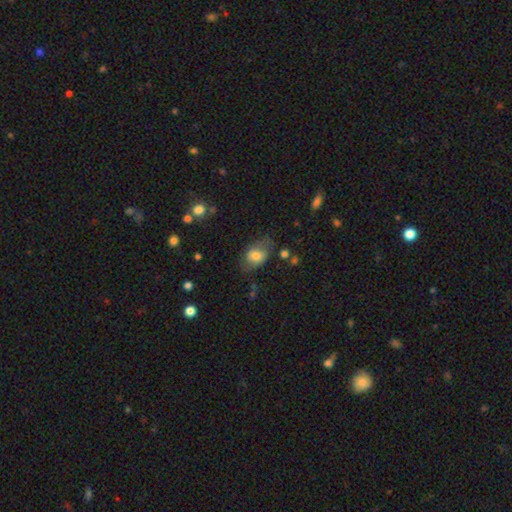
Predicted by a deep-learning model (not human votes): A smooth galaxy with no disk features (65%) that is in between round and cigar-shaped (77%).

Vote fractions:
- Smooth or featured? smooth: 65% / featured or disk: 27% / star or artifact: 9%
- How rounded? in between: 77% / round: 21% / cigar-shaped: 2%
- Merging? none: 60% / minor disturbance: 24% / major disturbance: 13% / merger: 3%